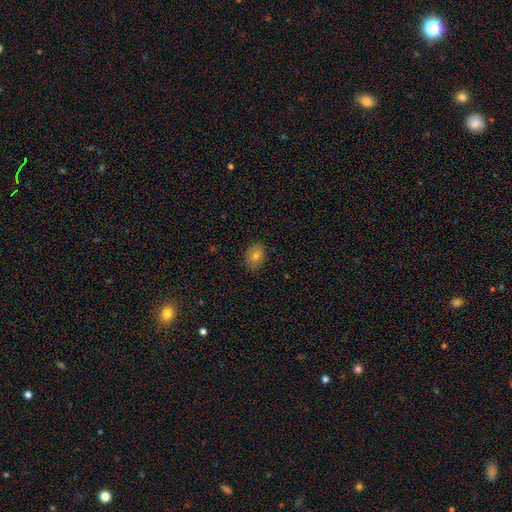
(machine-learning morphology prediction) smooth-or-featured: smooth: 75% | featured or disk: 13% | star or artifact: 12%
  how-rounded: in between: 64% | round: 35% | cigar-shaped: 1%
  merging: none: 84% | minor disturbance: 12% | major disturbance: 2% | merger: 1%